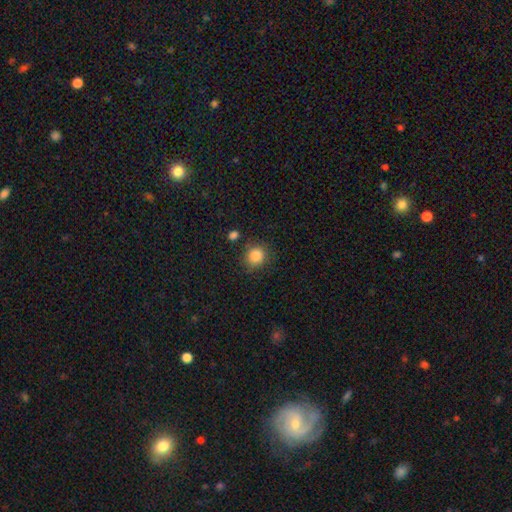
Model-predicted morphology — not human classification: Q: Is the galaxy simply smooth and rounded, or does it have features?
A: smooth — 86%.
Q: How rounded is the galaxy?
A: round — 84%.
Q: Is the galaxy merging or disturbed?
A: none — 81%.